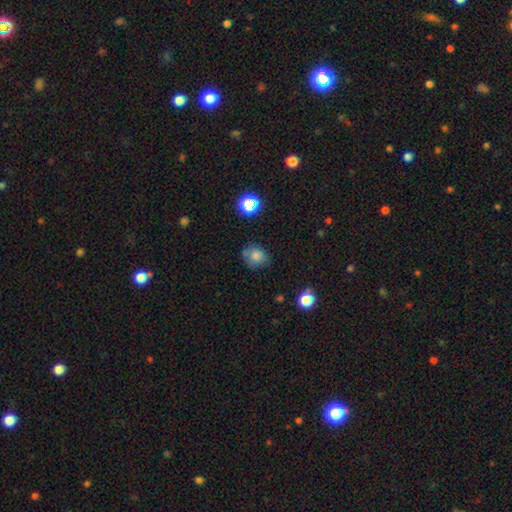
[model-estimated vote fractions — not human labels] A smooth galaxy with no disk features (76%) that is round (66%). Merging: none (67%).